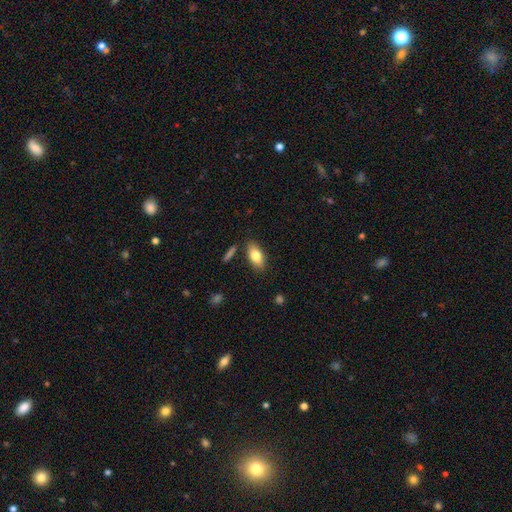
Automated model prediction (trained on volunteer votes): Smooth or featured?
  - smooth: 79% *
  - featured or disk: 14%
  - star or artifact: 7%
How rounded?
  - in between: 88% *
  - cigar-shaped: 8%
  - round: 4%
Merging?
  - none: 83% *
  - minor disturbance: 11%
  - merger: 3%
  - major disturbance: 2%